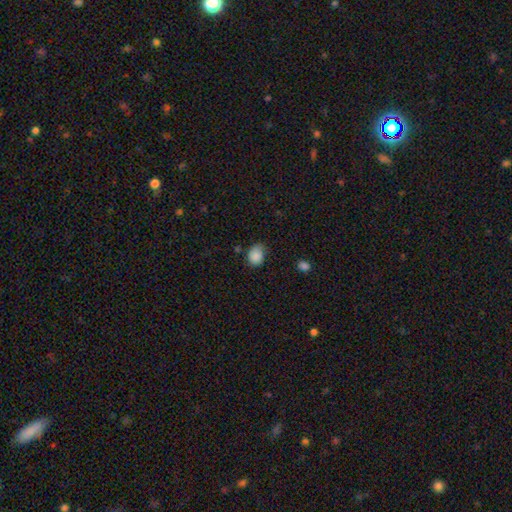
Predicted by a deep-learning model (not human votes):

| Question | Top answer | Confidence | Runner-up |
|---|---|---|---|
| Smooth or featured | smooth | 86% | star or artifact (9%) |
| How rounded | in between | 53% | round (46%) |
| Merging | none | 54% | minor disturbance (36%) |